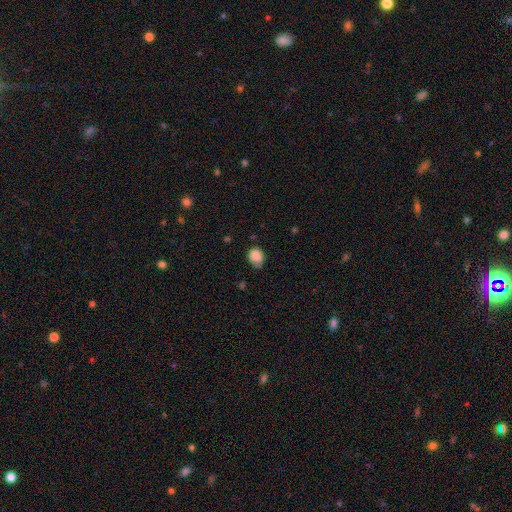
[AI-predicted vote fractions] This is clearly a smooth galaxy (85%). How rounded: possibly round (51%). Merging: possibly none (53%).